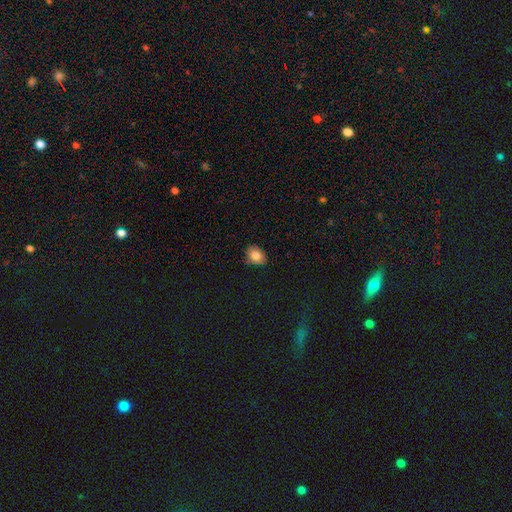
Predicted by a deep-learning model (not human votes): smooth 82%, star or artifact 9%, featured or disk 9%. Down the decision tree: how rounded — in between (66%); merging — none (80%).